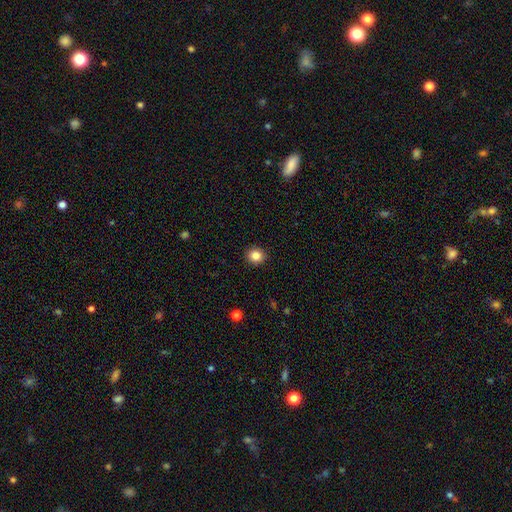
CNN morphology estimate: This is clearly a smooth galaxy (84%). How rounded: clearly round (88%). Merging: clearly none (92%).